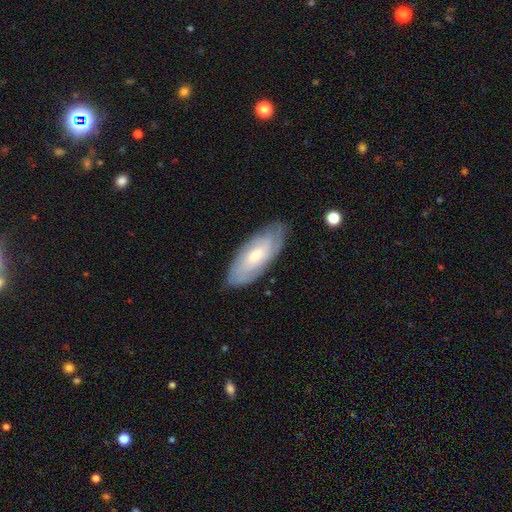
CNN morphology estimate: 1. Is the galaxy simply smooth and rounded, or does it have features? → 58% featured or disk, 36% smooth, 6% star or artifact.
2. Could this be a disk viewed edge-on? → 86% no, 14% yes.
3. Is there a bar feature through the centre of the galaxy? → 67% no, 28% weak, 5% strong.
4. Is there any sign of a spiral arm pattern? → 81% yes, 19% no.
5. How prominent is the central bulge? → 51% moderate, 42% small, 4% large, 2% none, 1% dominant.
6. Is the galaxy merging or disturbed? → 80% none, 15% minor disturbance, 3% major disturbance, 1% merger.